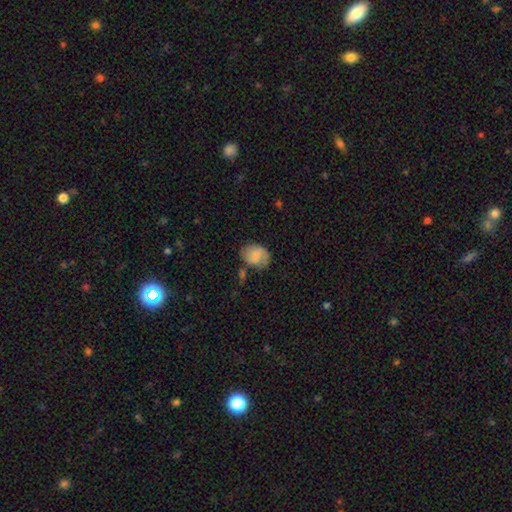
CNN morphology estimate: The model was most divided on "how rounded": in between: 59%, round: 40%, cigar-shaped: 1%. More confident: smooth or featured — smooth (66%); merging — none (59%).